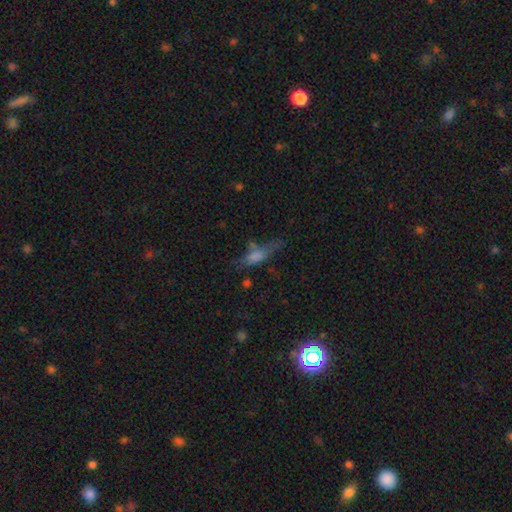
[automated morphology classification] This appears to be a smooth galaxy with no disk features (56%) that is in between round and cigar-shaped (48%). Merging: none (43%).